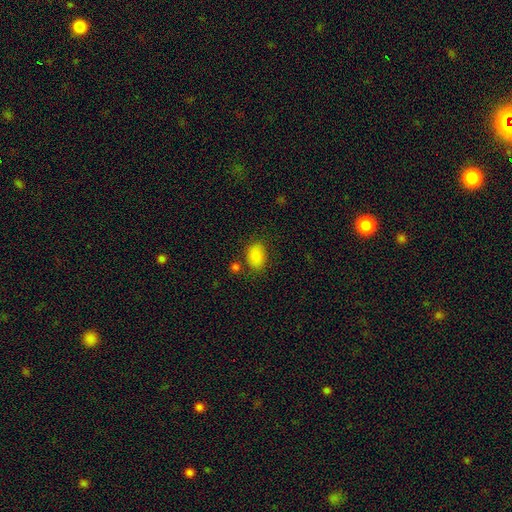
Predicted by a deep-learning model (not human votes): Morphology: type=smooth (85%); roundness=in between (74%); merging=none (74%).